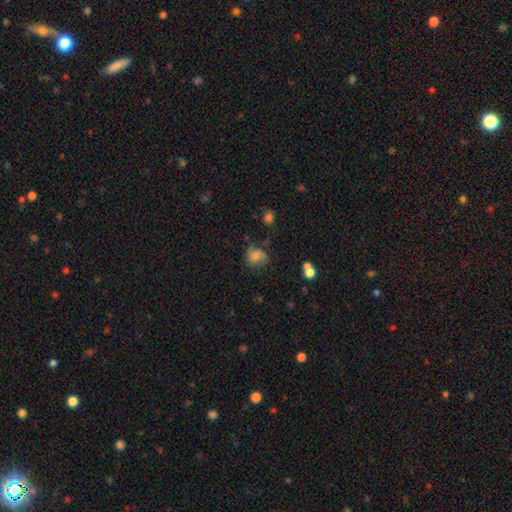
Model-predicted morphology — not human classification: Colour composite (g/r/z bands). It shows a smooth galaxy with no disk features (53%) that is round (72%). Merging: none (59%).